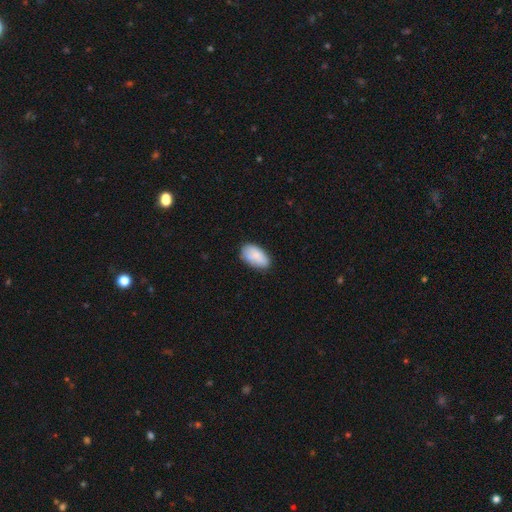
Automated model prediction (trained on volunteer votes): This appears to be a smooth galaxy with no disk features (80%) that is in between round and cigar-shaped (94%). Merging: none (68%).